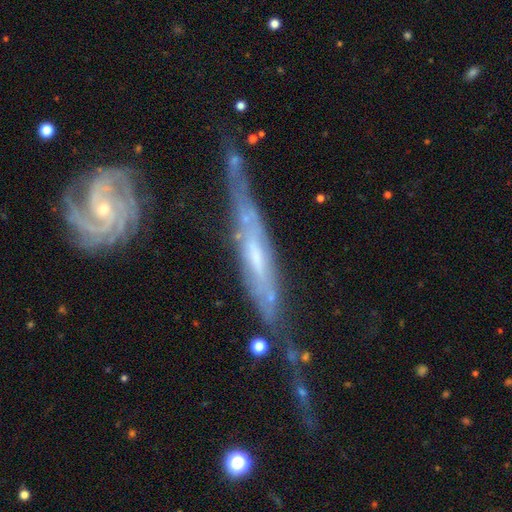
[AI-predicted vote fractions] Smooth or featured: featured or disk — 74% (smooth — 19%)
Edge-on disk: yes — 67% (no — 33%)
Merging: none — 49% (minor disturbance — 27%)